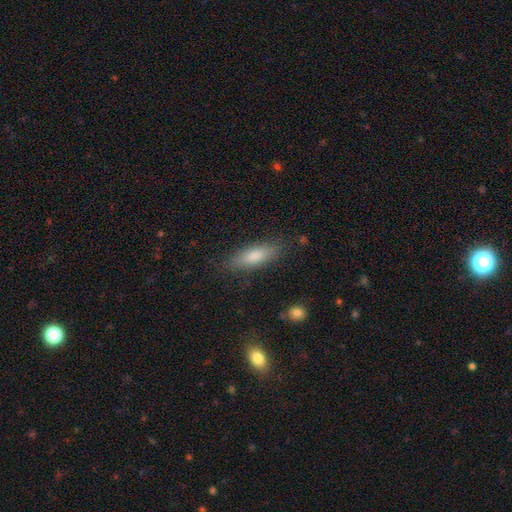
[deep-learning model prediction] Smooth or featured: smooth — 78% (featured or disk — 16%)
How rounded: in between — 51% (cigar-shaped — 47%)
Merging: none — 84% (minor disturbance — 12%)